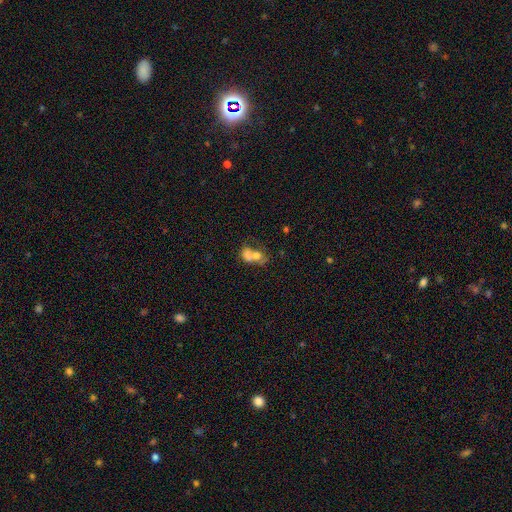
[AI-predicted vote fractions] This is likely a smooth galaxy (64%). How rounded: likely in between (61%). Merging: likely merger (68%).